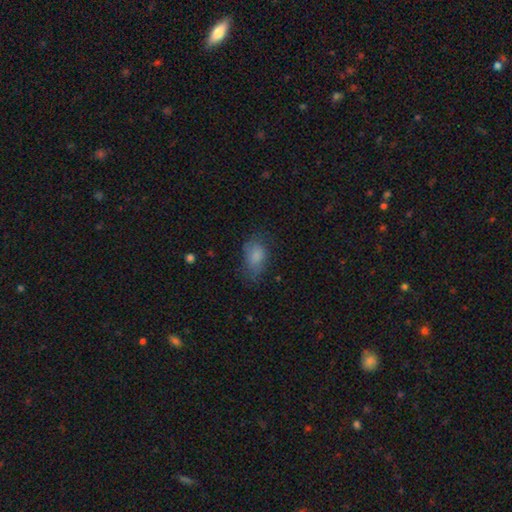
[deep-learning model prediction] This is likely a smooth galaxy (78%). How rounded: clearly in between (86%). Merging: possibly none (57%).